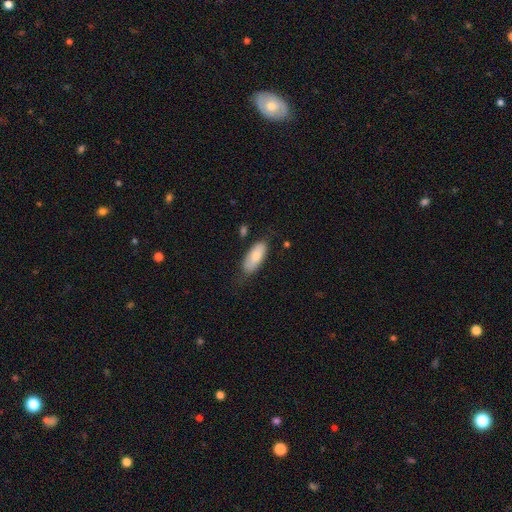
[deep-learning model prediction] Overall: smooth (76%). How rounded: in between (84%). Merging: none (67%).